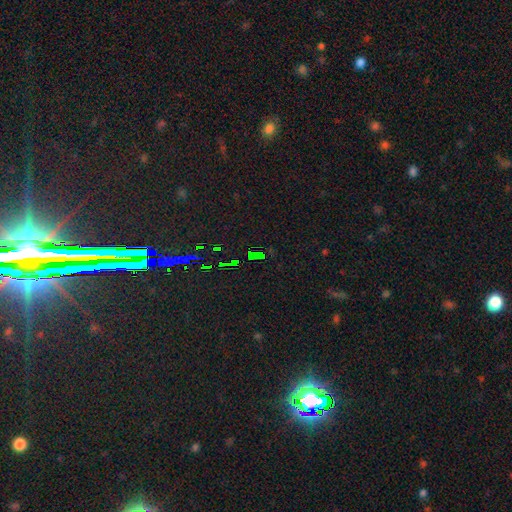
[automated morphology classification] A star or artifact, not a galaxy (77%).